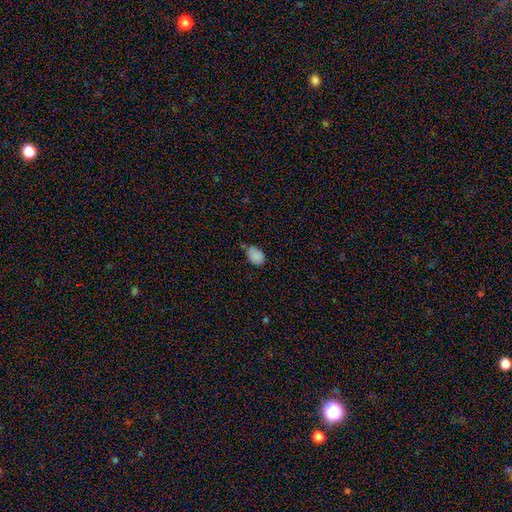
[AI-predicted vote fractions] Smooth or featured?
  - smooth: 86% *
  - star or artifact: 10%
  - featured or disk: 5%
How rounded?
  - in between: 76% *
  - round: 23%
  - cigar-shaped: 1%
Merging?
  - none: 56% *
  - minor disturbance: 32%
  - merger: 6%
  - major disturbance: 5%